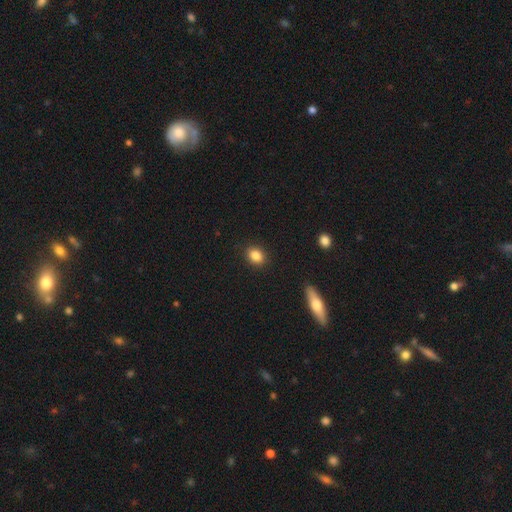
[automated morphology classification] smooth-or-featured: smooth: 86% | star or artifact: 9% | featured or disk: 5%
  how-rounded: in between: 59% | round: 40% | cigar-shaped: 1%
  merging: none: 89% | minor disturbance: 8% | major disturbance: 2% | merger: 1%